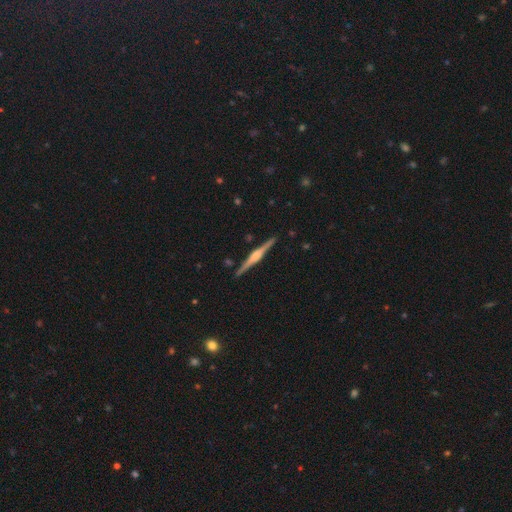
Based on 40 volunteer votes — Volunteers were most divided on "edge-on bulge": rounded: 56%, boxy: 44%, none: 0%. More confident: merging — none (97%); edge-on disk — yes (97%); smooth or featured — featured or disk (82%).